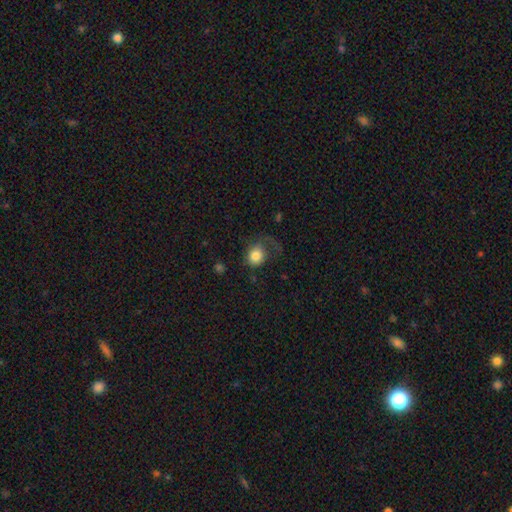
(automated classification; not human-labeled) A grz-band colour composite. It shows a smooth galaxy with no disk features (76%) that is round (67%). Merging: none (39%).